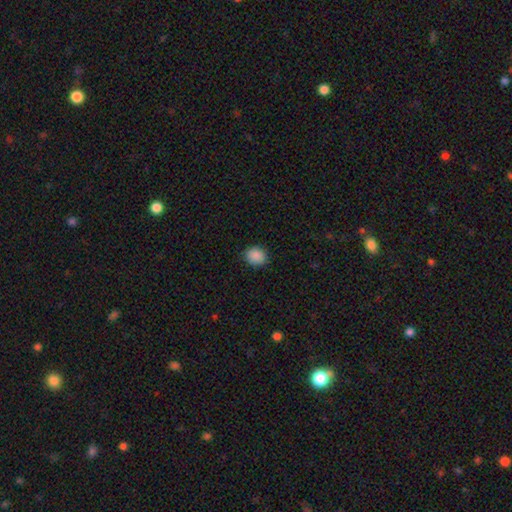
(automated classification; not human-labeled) Morphology: type=smooth (89%); roundness=round (67%); merging=none (88%).